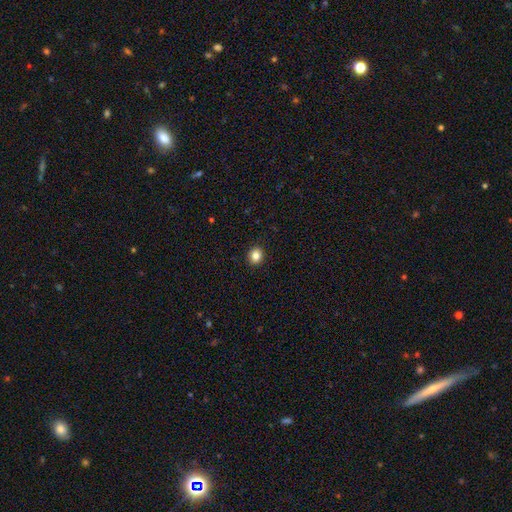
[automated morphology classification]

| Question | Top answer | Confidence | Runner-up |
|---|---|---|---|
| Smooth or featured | smooth | 84% | star or artifact (11%) |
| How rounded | round | 82% | in between (17%) |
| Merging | none | 92% | minor disturbance (5%) |